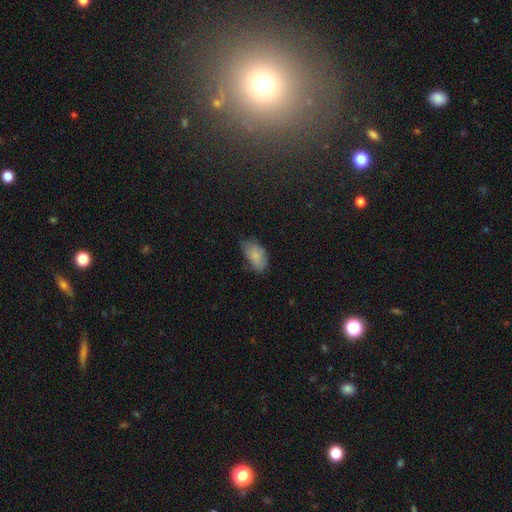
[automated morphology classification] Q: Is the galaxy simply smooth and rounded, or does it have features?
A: smooth — 82%.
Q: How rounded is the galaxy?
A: in between — 94%.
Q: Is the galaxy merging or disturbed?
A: none — 50%.